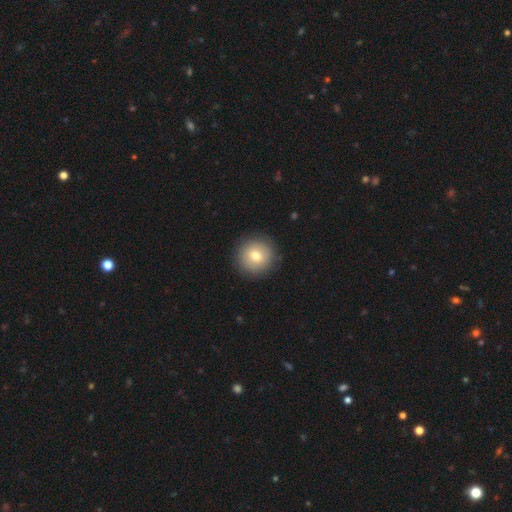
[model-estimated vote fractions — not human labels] Morphology: type=smooth (77%); roundness=round (95%); merging=none (91%).